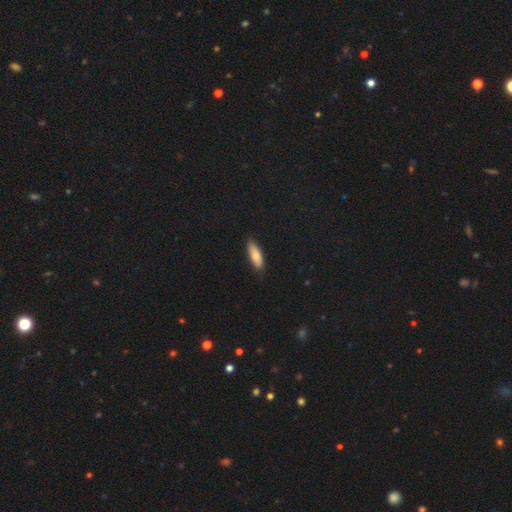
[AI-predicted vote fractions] This is likely a smooth galaxy (79%). How rounded: likely in between (61%). Merging: clearly none (83%).